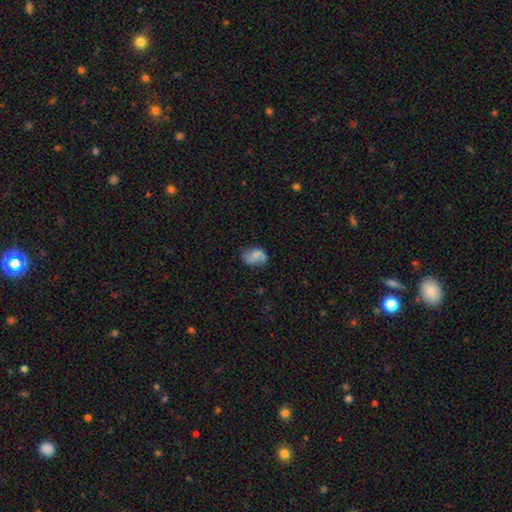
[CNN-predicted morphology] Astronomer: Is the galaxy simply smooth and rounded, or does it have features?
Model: smooth — 58% (runner-up: featured or disk, 33%).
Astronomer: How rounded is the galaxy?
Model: in between — 82%.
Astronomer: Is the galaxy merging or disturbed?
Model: none — 51% (runner-up: minor disturbance, 30%).